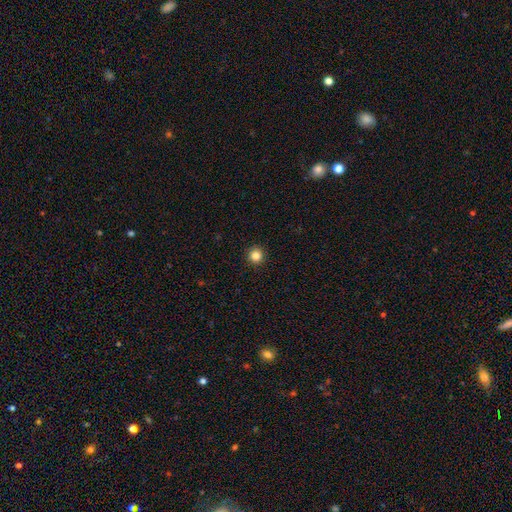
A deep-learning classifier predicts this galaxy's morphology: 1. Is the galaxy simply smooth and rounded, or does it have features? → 84% smooth, 12% star or artifact, 4% featured or disk.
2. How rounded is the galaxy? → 96% round, 4% in between, 1% cigar-shaped.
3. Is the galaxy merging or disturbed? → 93% none, 4% minor disturbance, 1% major disturbance, 1% merger.